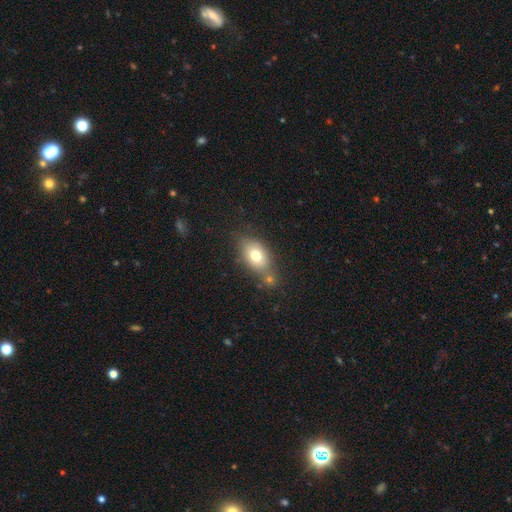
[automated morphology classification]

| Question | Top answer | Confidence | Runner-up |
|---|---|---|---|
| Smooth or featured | smooth | 72% | featured or disk (18%) |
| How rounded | in between | 76% | round (21%) |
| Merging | none | 54% | merger (21%) |